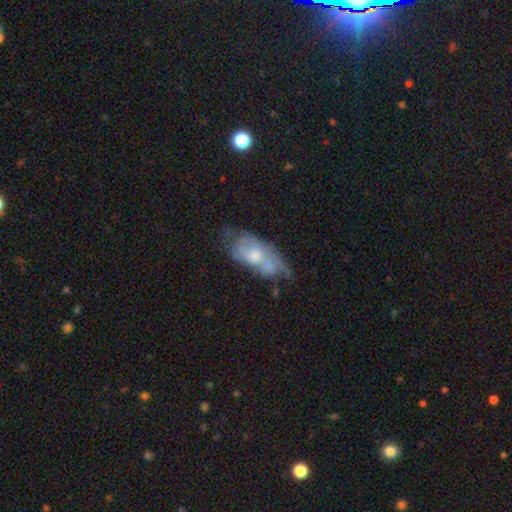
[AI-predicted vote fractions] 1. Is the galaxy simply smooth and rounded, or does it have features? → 61% featured or disk, 32% smooth, 7% star or artifact.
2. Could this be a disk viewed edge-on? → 91% no, 9% yes.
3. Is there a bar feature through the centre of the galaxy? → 75% no, 21% weak, 3% strong.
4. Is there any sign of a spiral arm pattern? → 63% yes, 37% no.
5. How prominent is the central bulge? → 58% moderate, 24% small, 10% large, 6% none, 1% dominant.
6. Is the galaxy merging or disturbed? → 38% none, 31% minor disturbance, 22% major disturbance, 8% merger.